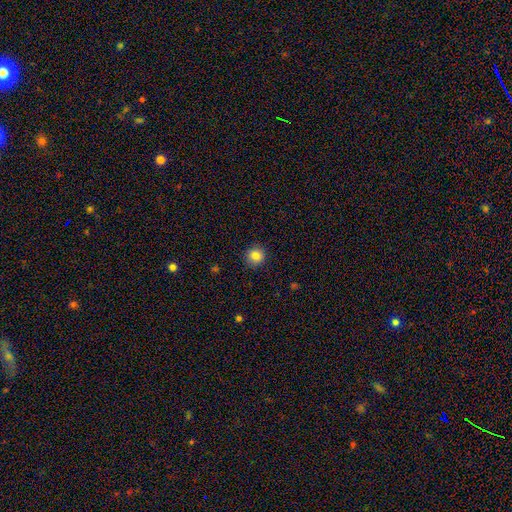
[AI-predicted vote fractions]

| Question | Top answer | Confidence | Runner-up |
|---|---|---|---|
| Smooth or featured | smooth | 85% | star or artifact (10%) |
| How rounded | round | 91% | in between (8%) |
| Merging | none | 89% | minor disturbance (8%) |